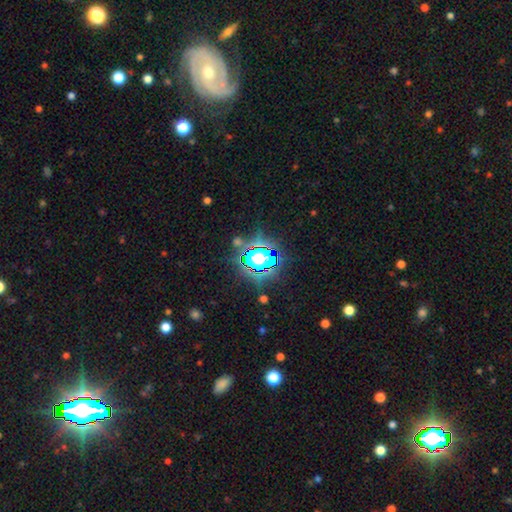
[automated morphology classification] smooth_or_featured: star or artifact (p=0.66) [alt: smooth p=0.22]